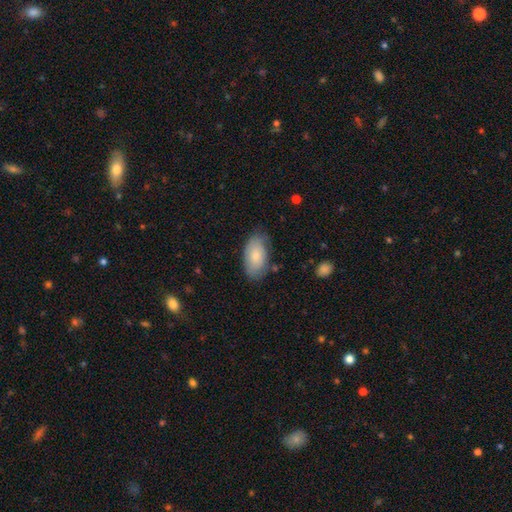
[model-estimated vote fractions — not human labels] This appears to be a smooth galaxy with no disk features (73%) that is in between round and cigar-shaped (94%). Merging: none (71%).